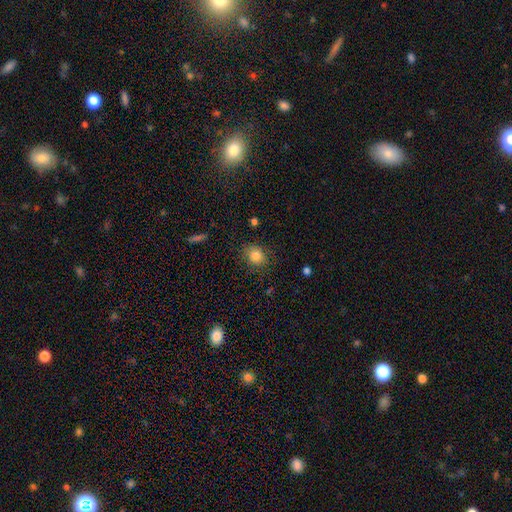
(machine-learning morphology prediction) Smooth or featured? Predicted: smooth (p=0.82). How rounded? Predicted: round (p=0.78). Merging? Predicted: none (p=0.84).